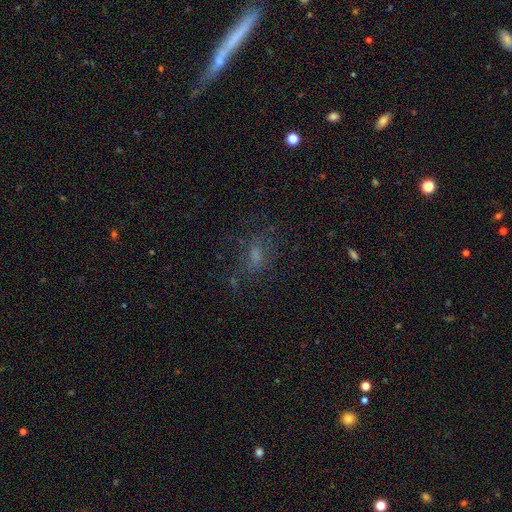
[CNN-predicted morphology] This is possibly a smooth galaxy (49%). Merging: likely none (60%).